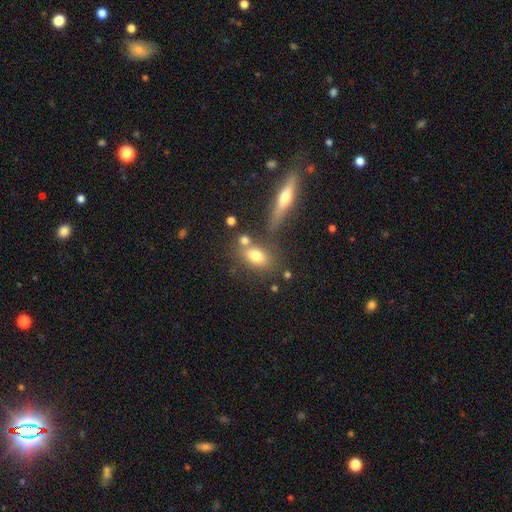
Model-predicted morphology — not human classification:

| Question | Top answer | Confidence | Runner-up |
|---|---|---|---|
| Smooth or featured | smooth | 73% | featured or disk (16%) |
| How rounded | in between | 72% | round (20%) |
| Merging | none | 57% | merger (23%) |